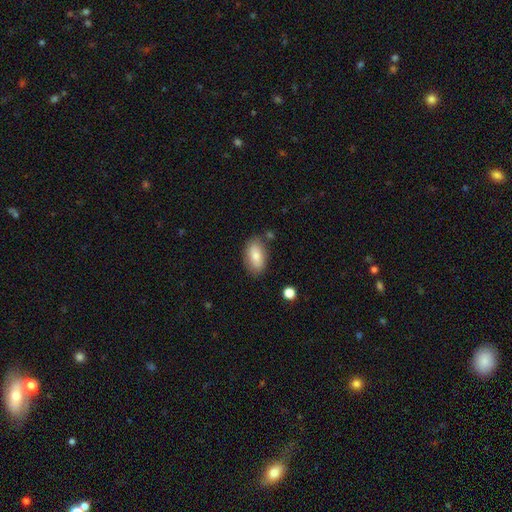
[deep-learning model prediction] This is likely a smooth galaxy (79%). How rounded: clearly in between (92%). Merging: likely none (80%).